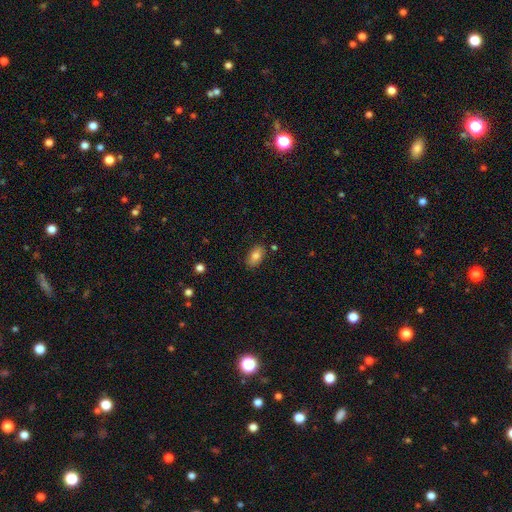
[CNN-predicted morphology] This is likely a smooth galaxy (80%). How rounded: clearly in between (91%). Merging: clearly none (82%).